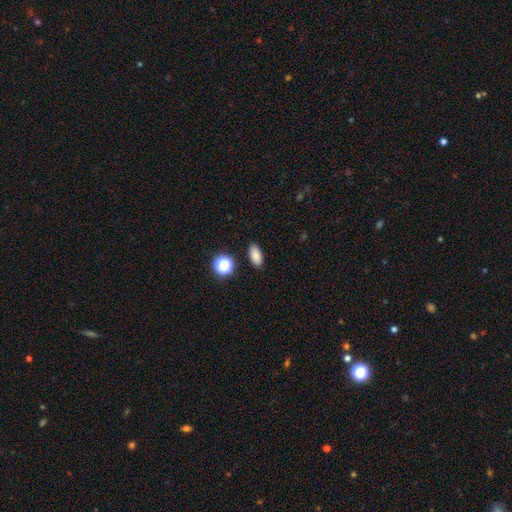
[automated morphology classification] This is clearly a smooth galaxy (83%). How rounded: clearly in between (85%). Merging: clearly none (88%).